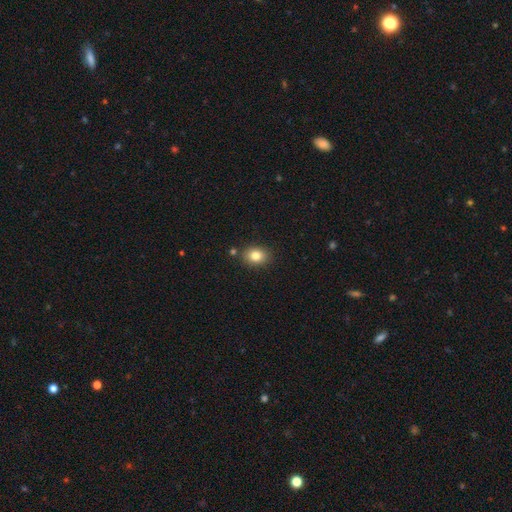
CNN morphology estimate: This is clearly a smooth galaxy (83%). How rounded: possibly in between (57%). Merging: clearly none (83%).